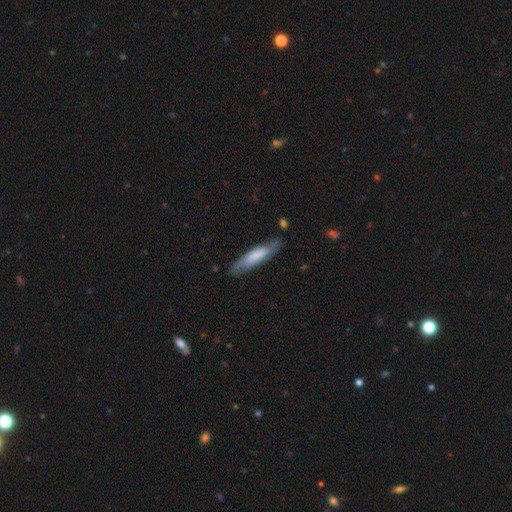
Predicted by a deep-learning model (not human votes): Overall: smooth (64%; featured or disk 30%). How rounded: cigar-shaped (80%). Merging: none (78%).